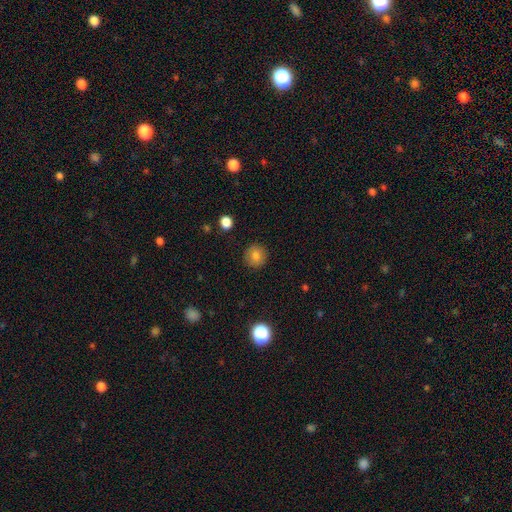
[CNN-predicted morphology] Overall: smooth (82%). How rounded: round (92%). Merging: none (91%).